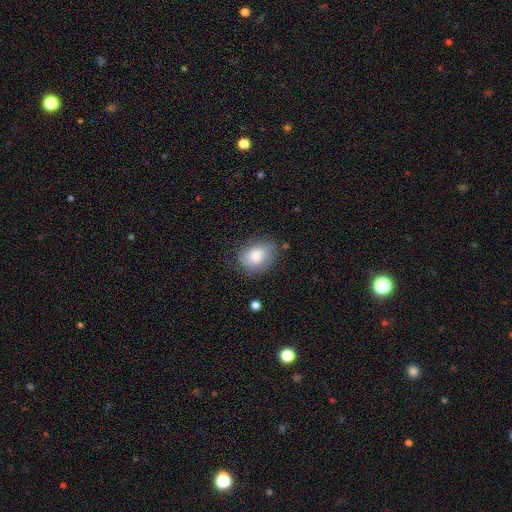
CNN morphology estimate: This is likely a smooth galaxy (75%). How rounded: likely in between (69%). Merging: likely none (66%).